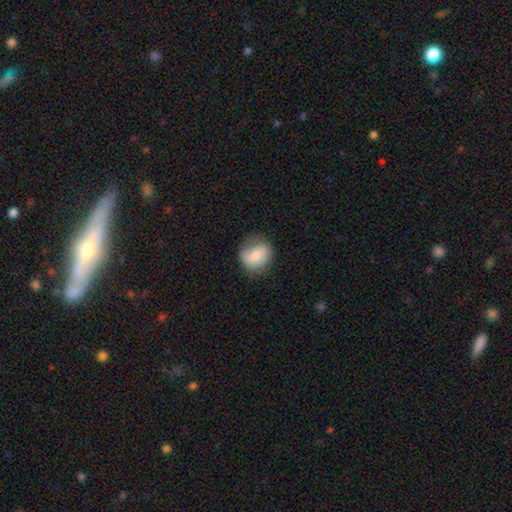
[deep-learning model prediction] Q: Smooth or featured?
A: smooth (64%); runner-up: featured or disk (29%)
Q: How rounded?
A: round (70%); runner-up: in between (29%)
Q: Merging?
A: none (69%); runner-up: minor disturbance (22%)